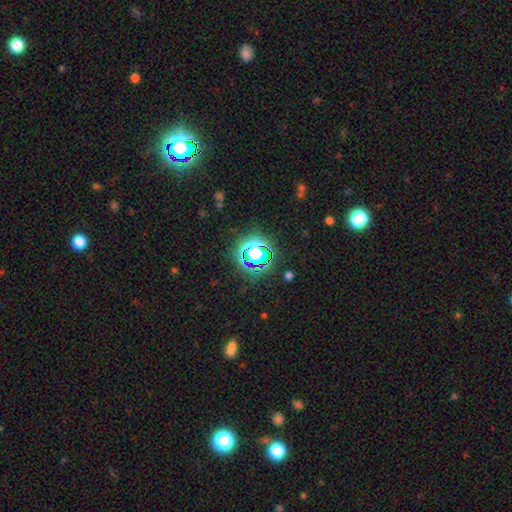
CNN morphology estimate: Smooth or featured?
  - star or artifact: 63% *
  - smooth: 26%
  - featured or disk: 11%